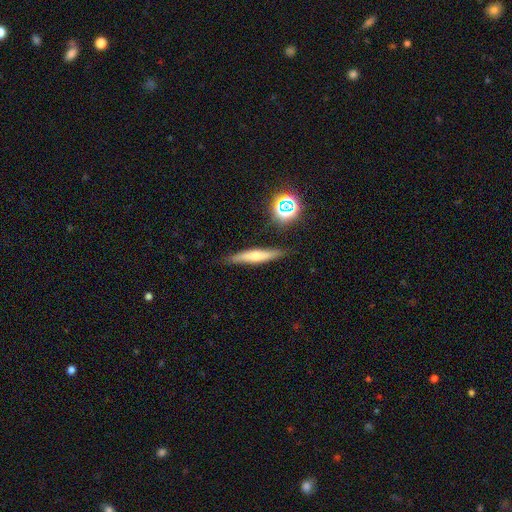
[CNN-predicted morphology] This is possibly a smooth galaxy (48%). Merging: clearly none (82%).